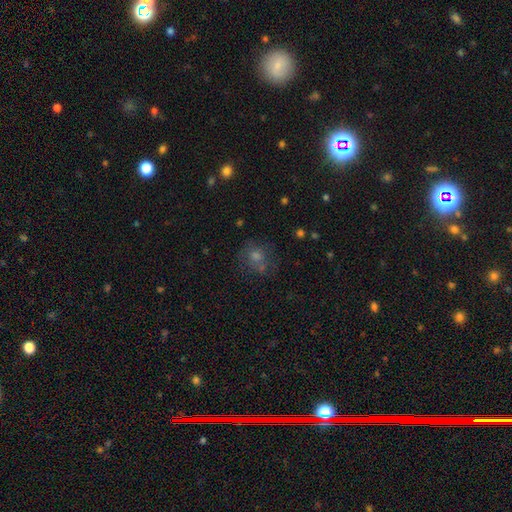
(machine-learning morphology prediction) smooth 50%, star or artifact 28%, featured or disk 22%. Down the decision tree: how rounded — round (76%); merging — none (64%).